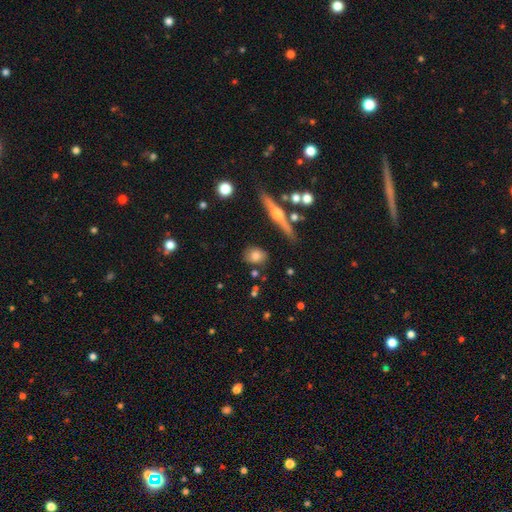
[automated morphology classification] A smooth galaxy with no disk features (71%) that is round (53%).

Vote fractions:
- Smooth or featured? smooth: 71% / featured or disk: 20% / star or artifact: 9%
- How rounded? round: 53% / in between: 41% / cigar-shaped: 6%
- Merging? none: 80% / minor disturbance: 13% / merger: 4% / major disturbance: 3%